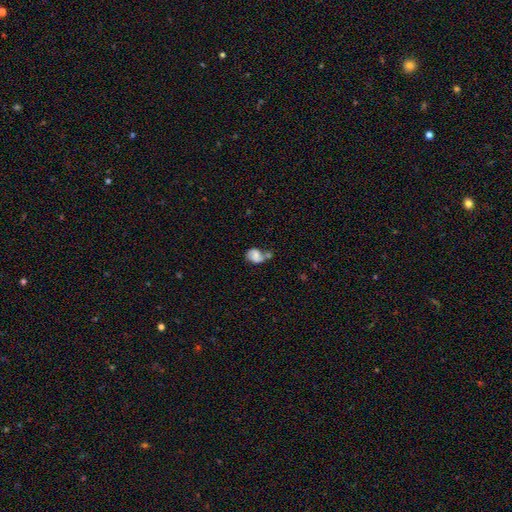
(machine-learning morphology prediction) Smooth or featured? smooth (53%)
How rounded? in between (61%)
Merging? merger (33%)